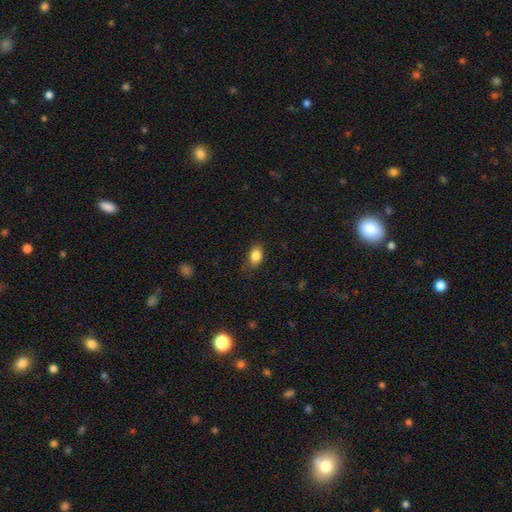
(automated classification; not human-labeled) Smooth or featured? smooth (85%)
How rounded? in between (81%)
Merging? none (76%)